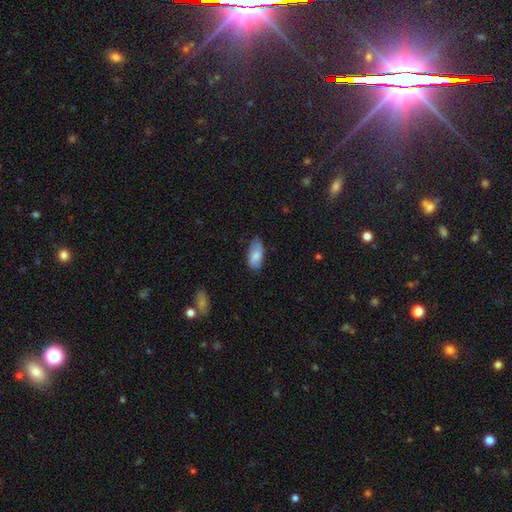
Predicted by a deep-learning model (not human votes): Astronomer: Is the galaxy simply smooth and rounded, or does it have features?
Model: smooth — 77%.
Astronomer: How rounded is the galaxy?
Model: in between — 92%.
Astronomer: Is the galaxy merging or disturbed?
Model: none — 74%.